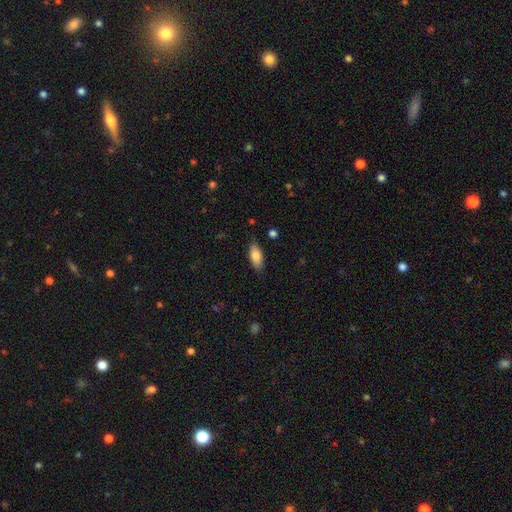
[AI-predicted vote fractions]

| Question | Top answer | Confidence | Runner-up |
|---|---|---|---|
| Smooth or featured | smooth | 82% | featured or disk (12%) |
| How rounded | in between | 84% | cigar-shaped (14%) |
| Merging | none | 85% | minor disturbance (12%) |